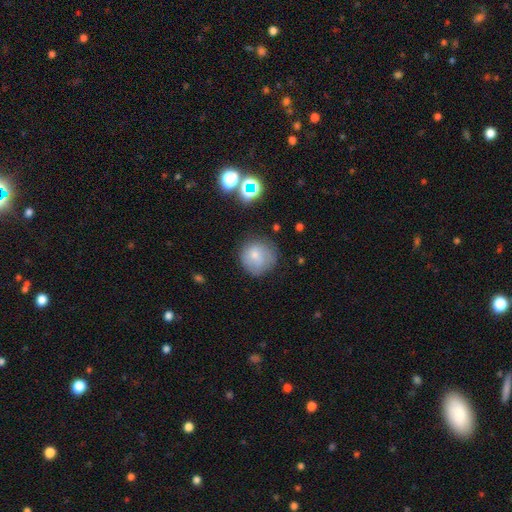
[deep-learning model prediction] smooth-or-featured: smooth: 73% | featured or disk: 16% | star or artifact: 11%
  how-rounded: round: 91% | in between: 8% | cigar-shaped: 1%
  merging: none: 69% | minor disturbance: 20% | major disturbance: 7% | merger: 3%